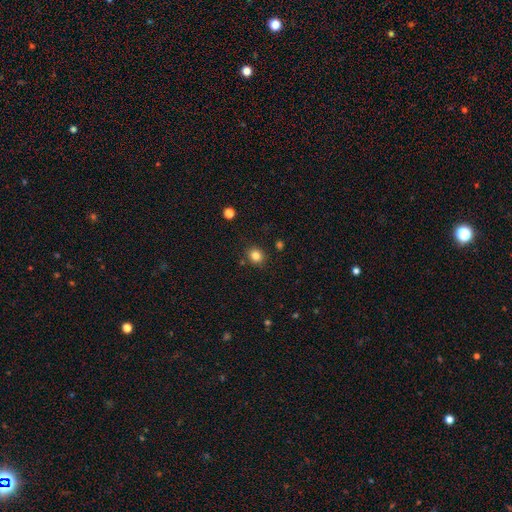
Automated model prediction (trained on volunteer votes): A smooth galaxy with no disk features (83%) that is round (73%).

Vote fractions:
- Smooth or featured? smooth: 83% / star or artifact: 12% / featured or disk: 5%
- How rounded? round: 73% / in between: 26% / cigar-shaped: 1%
- Merging? none: 85% / minor disturbance: 9% / merger: 3% / major disturbance: 2%